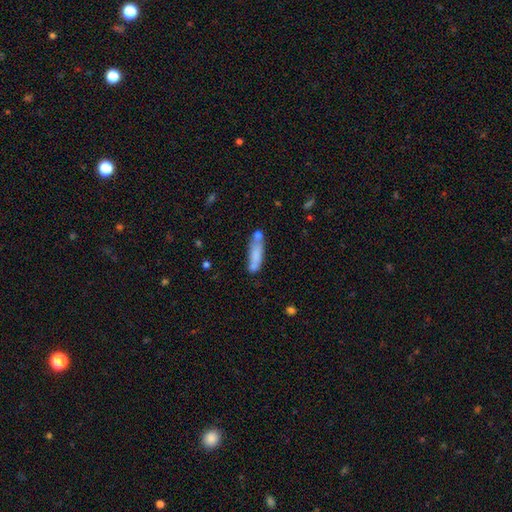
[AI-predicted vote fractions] Morphology: type=smooth (74%); roundness=cigar-shaped (70%); merging=none (54%).